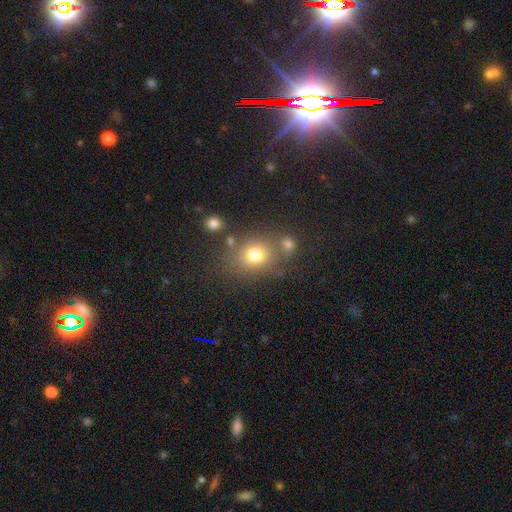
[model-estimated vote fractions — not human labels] Morphology: type=smooth (72%); roundness=round (61%); merging=none (66%).